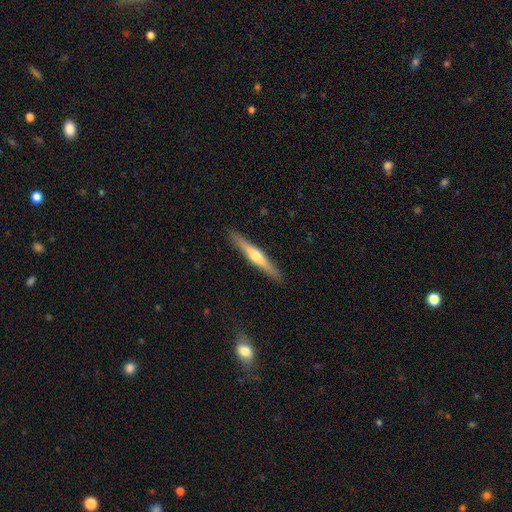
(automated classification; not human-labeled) featured or disk 58%, smooth 37%, star or artifact 6%. Down the decision tree: edge-on disk — yes (97%); edge-on bulge — rounded (81%); merging — none (91%).